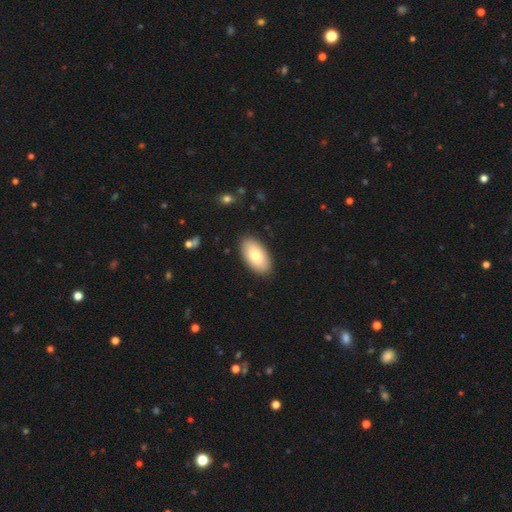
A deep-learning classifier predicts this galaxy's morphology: Smooth or featured?
  - smooth: 80% *
  - featured or disk: 14%
  - star or artifact: 6%
How rounded?
  - in between: 95% *
  - round: 2%
  - cigar-shaped: 2%
Merging?
  - none: 89% *
  - minor disturbance: 8%
  - major disturbance: 2%
  - merger: 1%